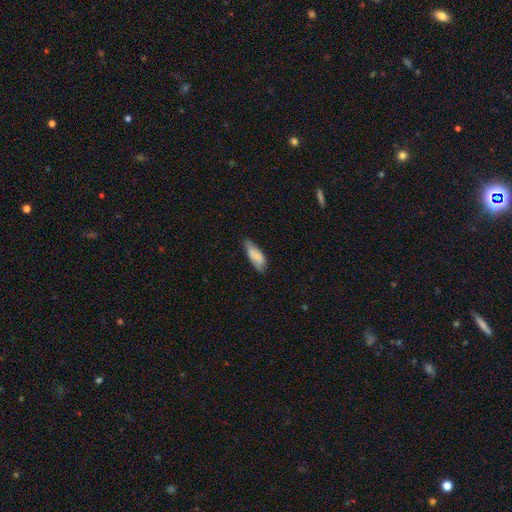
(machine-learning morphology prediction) smooth_or_featured: smooth (p=0.77) [alt: featured or disk p=0.17]
how_rounded: in between (p=0.72) [alt: cigar-shaped p=0.26]
merging: none (p=0.58) [alt: minor disturbance p=0.33]